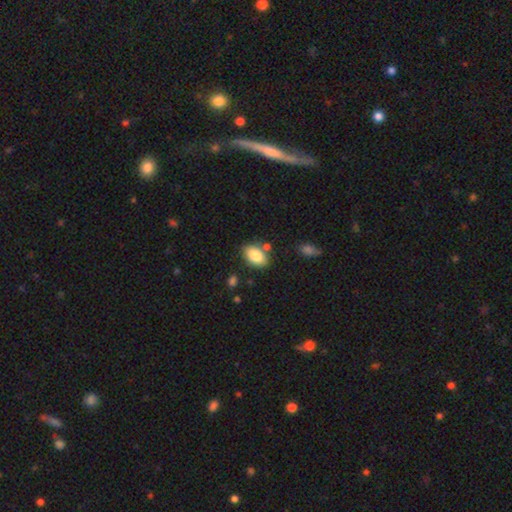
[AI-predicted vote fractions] This is clearly a smooth galaxy (83%). How rounded: clearly in between (89%). Merging: likely none (75%).